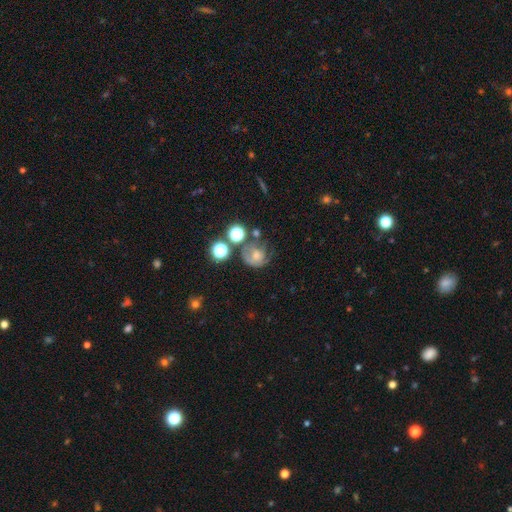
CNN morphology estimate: type=smooth (47%); merging=none (42%).